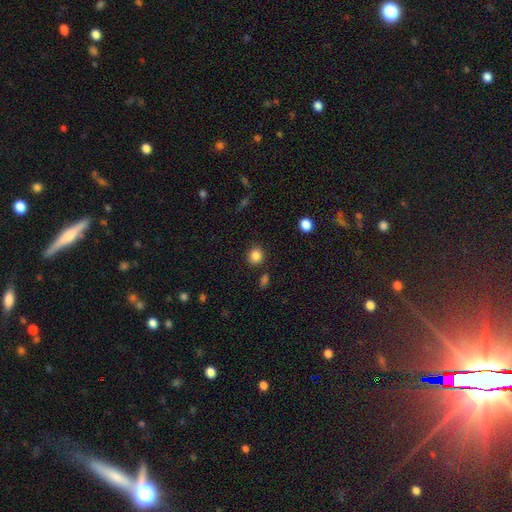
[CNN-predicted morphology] smooth-or-featured: smooth: 85% | star or artifact: 10% | featured or disk: 4%
  how-rounded: round: 84% | in between: 15% | cigar-shaped: 1%
  merging: none: 86% | minor disturbance: 8% | merger: 3% | major disturbance: 3%